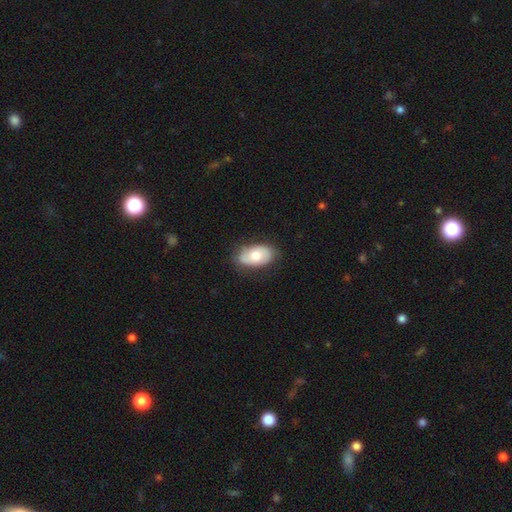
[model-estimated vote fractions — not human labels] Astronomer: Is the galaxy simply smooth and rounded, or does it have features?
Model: smooth — 63%.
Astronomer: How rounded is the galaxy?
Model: in between — 93%.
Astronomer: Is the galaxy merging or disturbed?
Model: none — 78%.